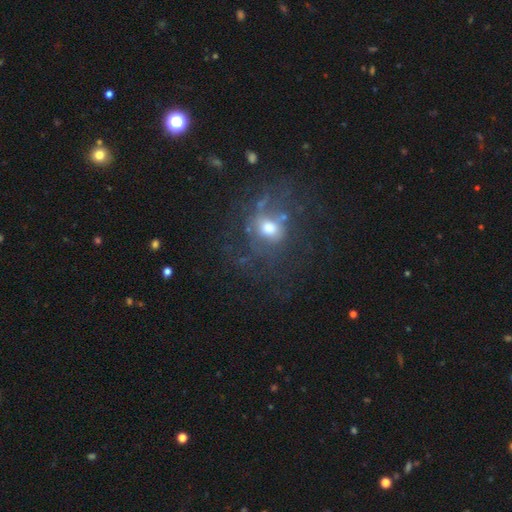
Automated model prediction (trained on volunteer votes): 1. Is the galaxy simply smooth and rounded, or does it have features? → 49% featured or disk, 28% star or artifact, 23% smooth.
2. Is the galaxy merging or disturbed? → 62% none, 18% major disturbance, 15% minor disturbance, 4% merger.